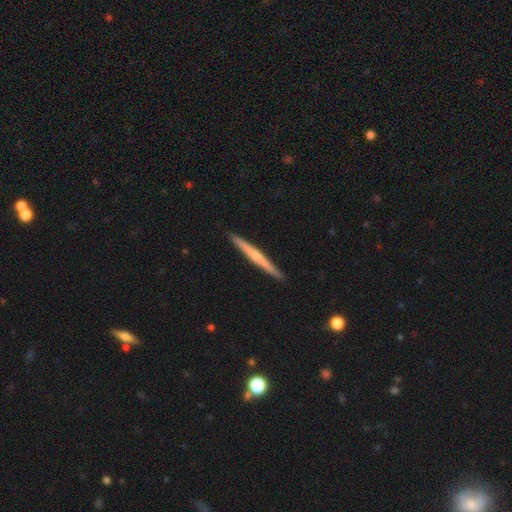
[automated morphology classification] Q: Smooth or featured?
A: featured or disk (55%); runner-up: smooth (39%)
Q: Edge-on disk?
A: yes (98%); runner-up: no (2%)
Q: Edge-on bulge?
A: none (52%); runner-up: rounded (42%)
Q: Merging?
A: none (92%); runner-up: minor disturbance (5%)